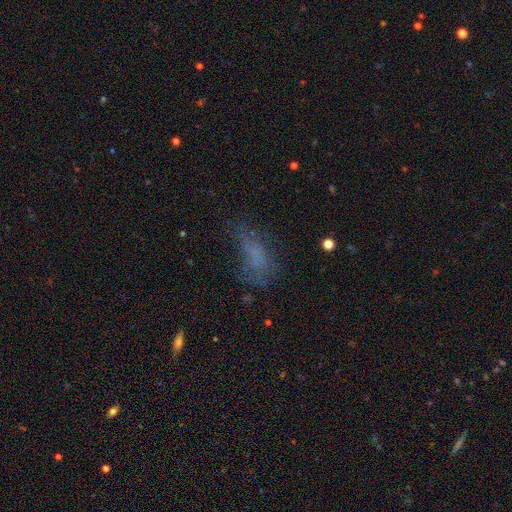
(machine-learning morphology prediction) This is possibly a smooth galaxy (52%). How rounded: likely in between (80%). Merging: marginally none (40%).